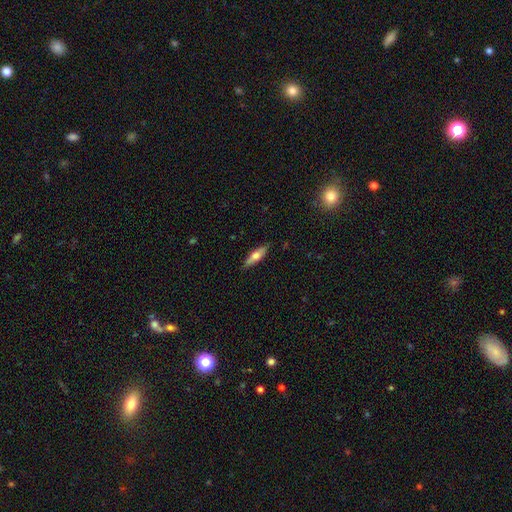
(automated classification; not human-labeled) A smooth galaxy with no disk features (57%) that is cigar-shaped (55%). Merging: none (85%).